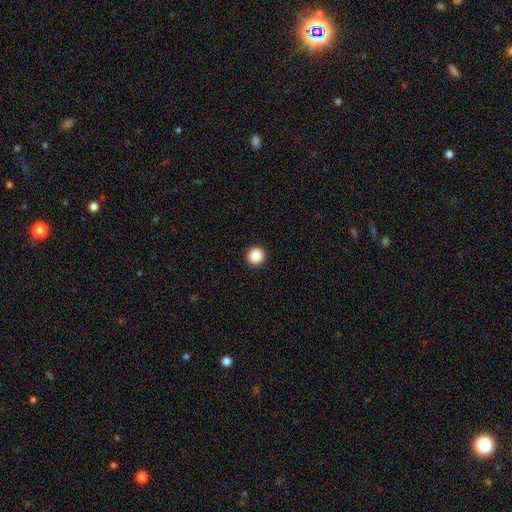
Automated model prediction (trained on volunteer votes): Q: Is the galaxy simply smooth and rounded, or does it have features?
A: smooth — 88%.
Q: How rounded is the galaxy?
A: round — 96%.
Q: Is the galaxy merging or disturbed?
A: none — 94%.